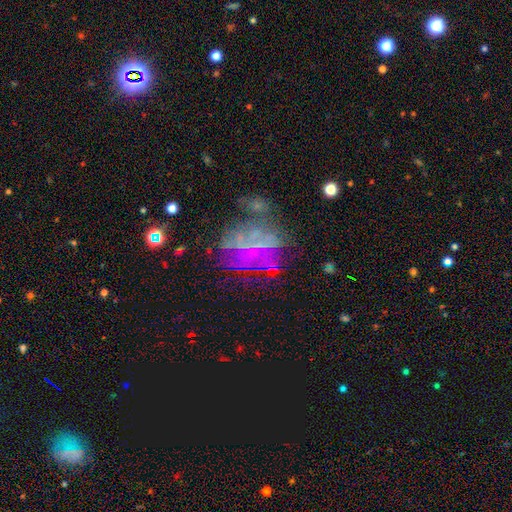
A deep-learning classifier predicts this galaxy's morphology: smooth_or_featured: featured or disk (p=0.50) [alt: star or artifact p=0.29]
disk_edge_on: no (p=0.96) [alt: yes p=0.04]
merging: none (p=0.45) [alt: major disturbance p=0.28]